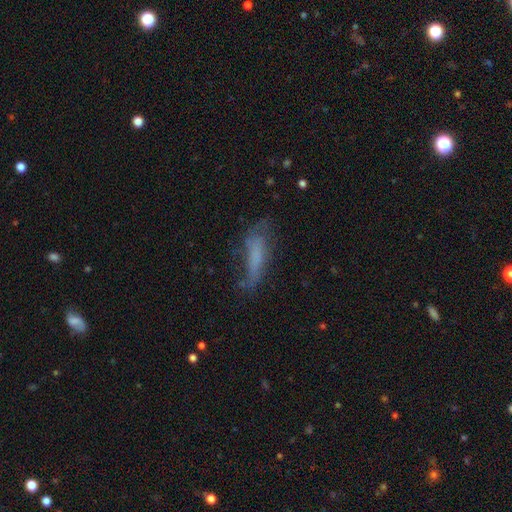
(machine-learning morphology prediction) A smooth galaxy with no disk features (50%). Merging: none (48%).